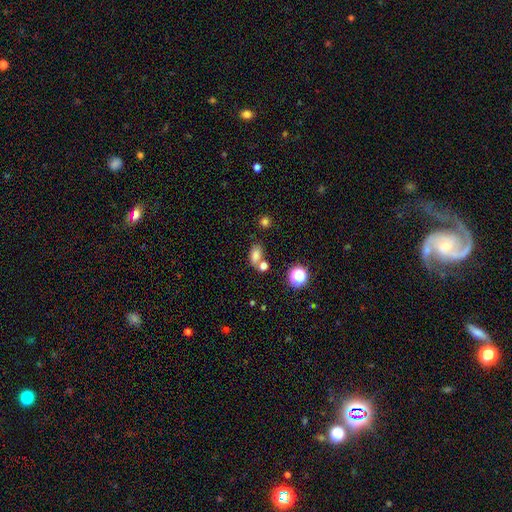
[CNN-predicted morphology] This appears to be a smooth galaxy with no disk features (76%) that is in between round and cigar-shaped (82%). Merging: none (55%).